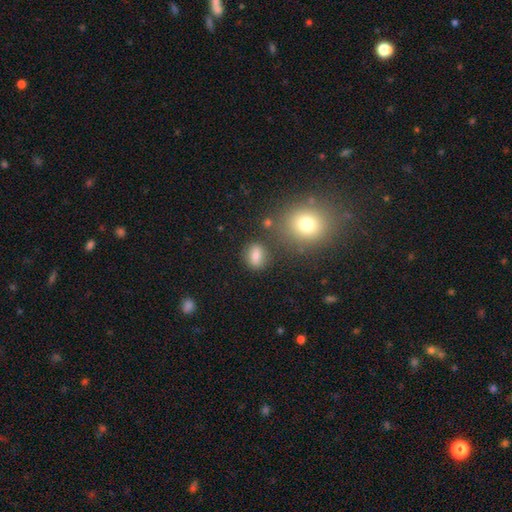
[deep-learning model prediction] A smooth galaxy with no disk features (77%) that is in between round and cigar-shaped (51%). Merging: none (81%).